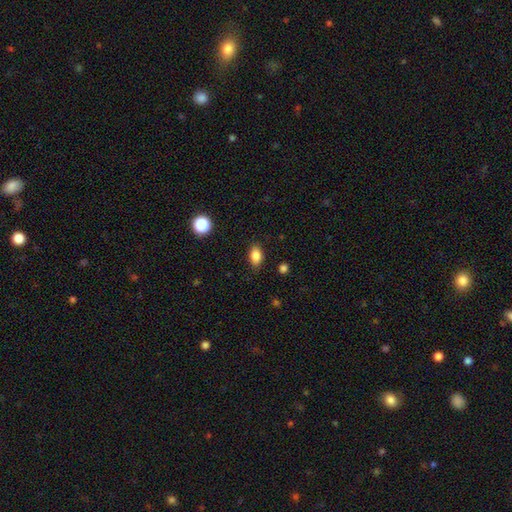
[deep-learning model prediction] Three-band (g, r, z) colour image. It shows a smooth galaxy with no disk features (86%) that is in between round and cigar-shaped (85%). Merging: none (85%).